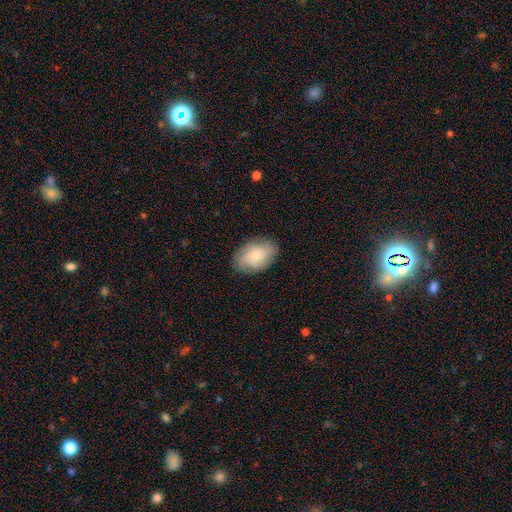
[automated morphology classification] smooth-or-featured: smooth: 66% | featured or disk: 27% | star or artifact: 8%
  how-rounded: in between: 89% | round: 10% | cigar-shaped: 1%
  merging: none: 81% | minor disturbance: 14% | major disturbance: 4% | merger: 1%